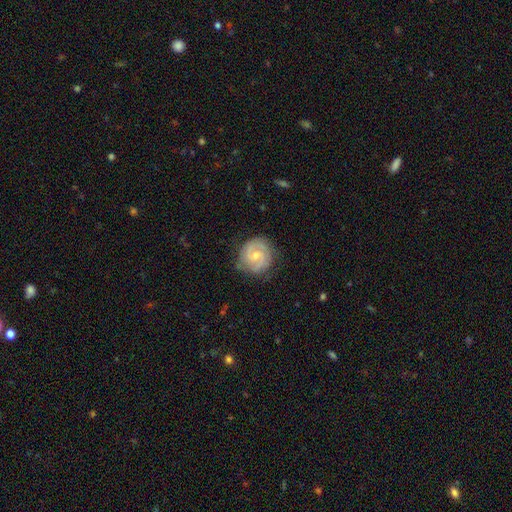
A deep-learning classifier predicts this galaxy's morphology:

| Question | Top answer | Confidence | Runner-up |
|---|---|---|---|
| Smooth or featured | featured or disk | 82% | smooth (13%) |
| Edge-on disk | no | 98% | yes (2%) |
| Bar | weak | 48% | no (45%) |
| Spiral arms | yes | 97% | no (3%) |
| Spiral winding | tight | 59% | medium (35%) |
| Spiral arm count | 2 | 75% | 3 (9%) |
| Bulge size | small | 59% | moderate (35%) |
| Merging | none | 78% | minor disturbance (16%) |